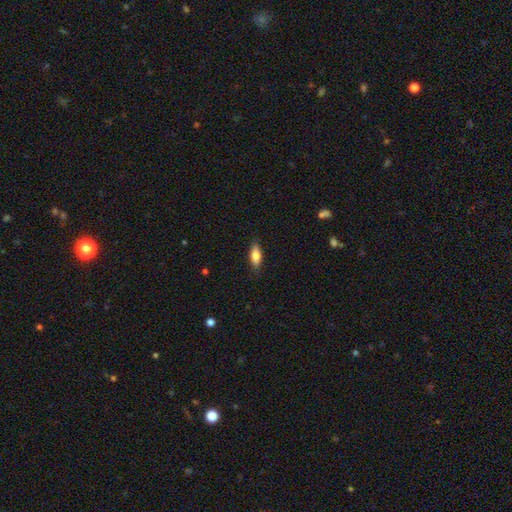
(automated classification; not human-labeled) A smooth galaxy with no disk features (77%) that is in between round and cigar-shaped (73%). Merging: none (86%).